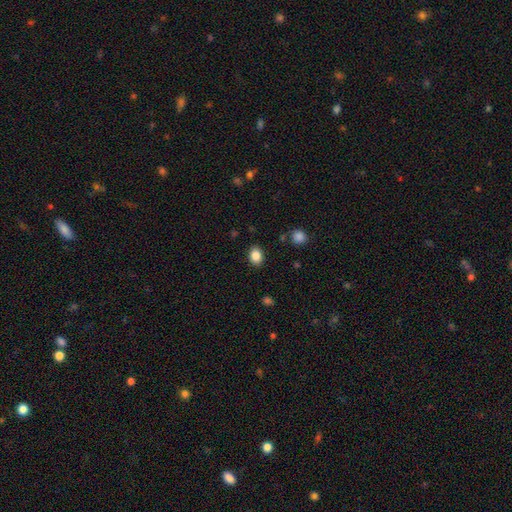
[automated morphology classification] The model was most divided on "how rounded": in between: 65%, round: 34%, cigar-shaped: 1%. More confident: merging — none (87%); smooth or featured — smooth (86%).